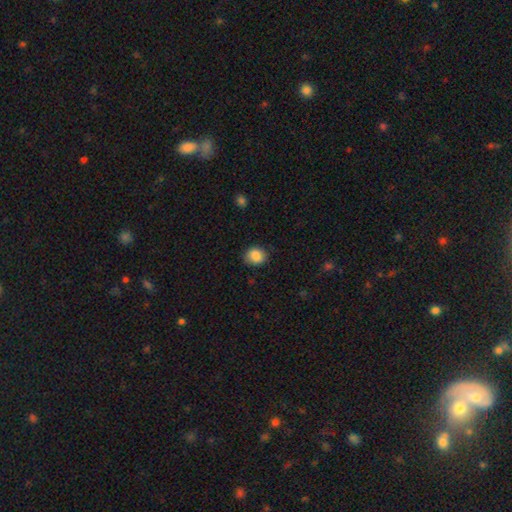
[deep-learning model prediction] This appears to be a smooth galaxy with no disk features (87%) that is round (62%). Merging: none (82%).